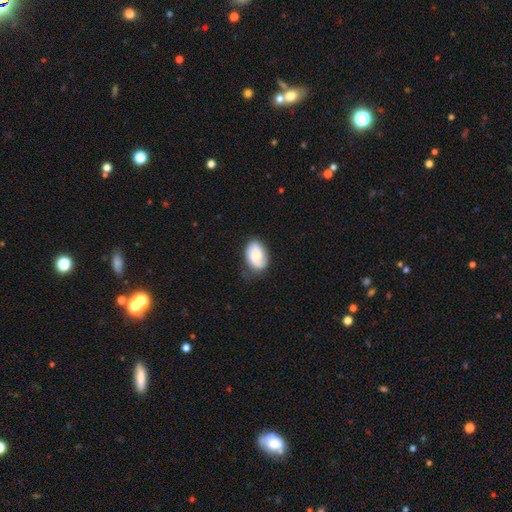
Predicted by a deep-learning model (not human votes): Smooth or featured?
  - smooth: 55% *
  - featured or disk: 38%
  - star or artifact: 7%
How rounded?
  - in between: 86% *
  - round: 13%
  - cigar-shaped: 1%
Merging?
  - none: 59% *
  - minor disturbance: 30%
  - major disturbance: 9%
  - merger: 2%